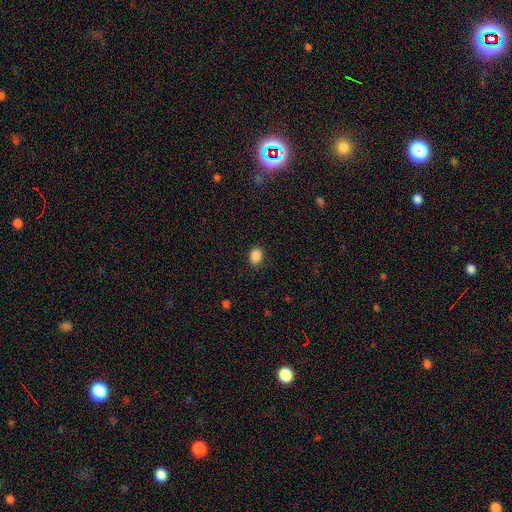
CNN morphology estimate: Smooth or featured? Predicted: smooth (p=0.88). How rounded? Predicted: in between (p=0.69). Merging? Predicted: none (p=0.87).